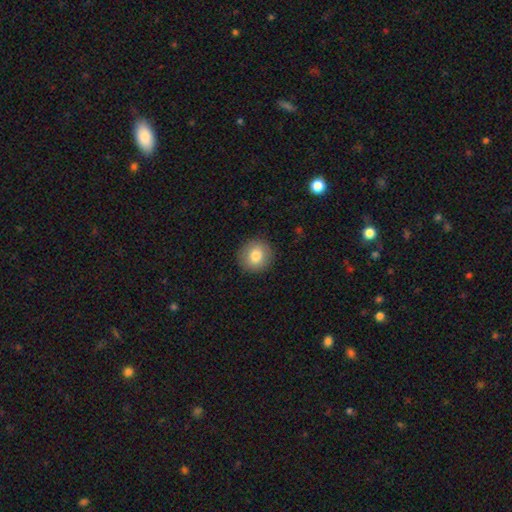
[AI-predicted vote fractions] Q: Smooth or featured?
A: smooth (82%); runner-up: featured or disk (9%)
Q: How rounded?
A: round (93%); runner-up: in between (6%)
Q: Merging?
A: none (91%); runner-up: minor disturbance (6%)